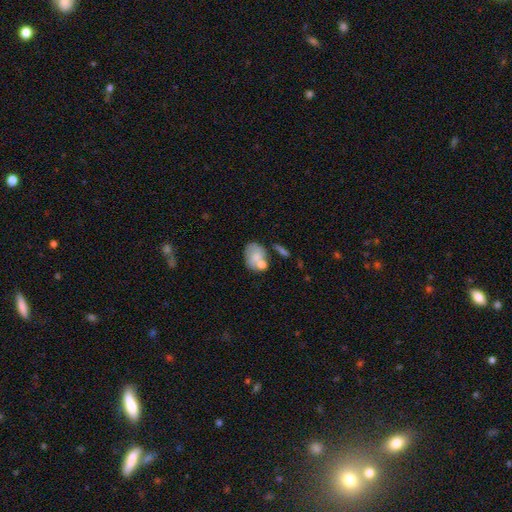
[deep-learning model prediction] Smooth or featured? smooth (68%)
How rounded? in between (65%)
Merging? none (39%)